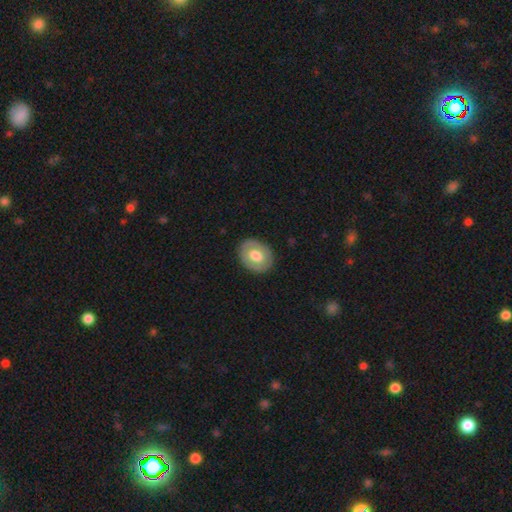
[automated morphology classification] type=smooth (57%); roundness=in between (60%); merging=none (85%).